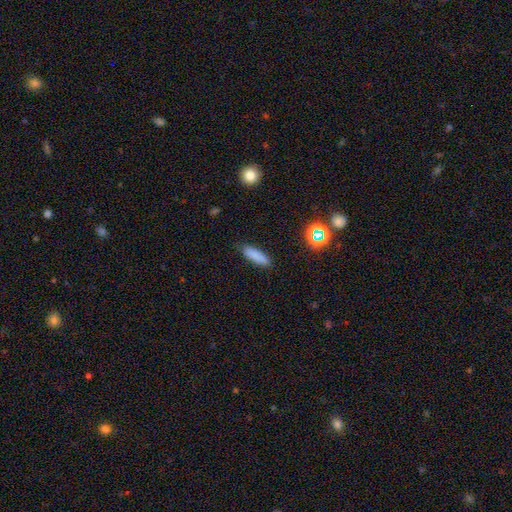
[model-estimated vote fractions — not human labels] smooth 83%, star or artifact 10%, featured or disk 7%. Down the decision tree: how rounded — cigar-shaped (63%); merging — none (85%).